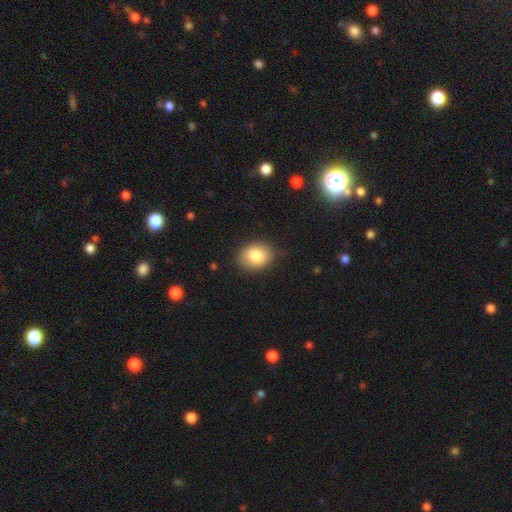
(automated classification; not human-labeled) This is clearly a smooth galaxy (84%). How rounded: possibly in between (59%). Merging: clearly none (84%).